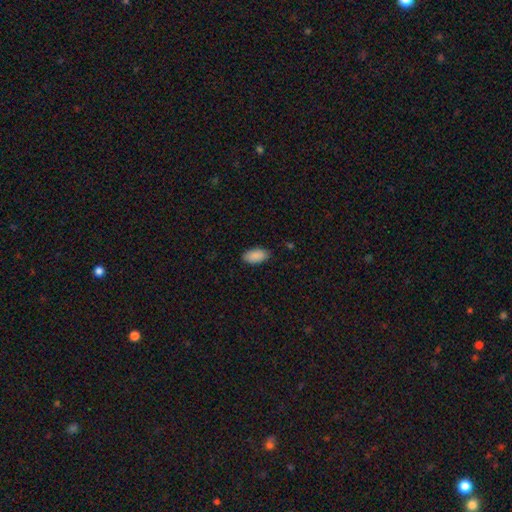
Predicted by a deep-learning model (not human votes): Smooth or featured? Predicted: smooth (p=0.90). How rounded? Predicted: in between (p=0.94). Merging? Predicted: none (p=0.87).